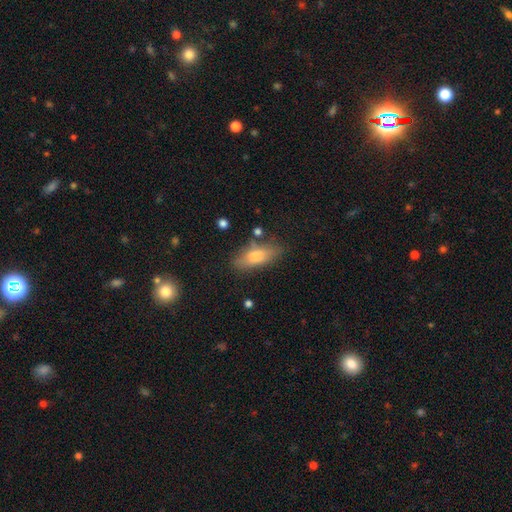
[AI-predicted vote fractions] smooth_or_featured: smooth (p=0.71) [alt: featured or disk p=0.21]
how_rounded: in between (p=0.71) [alt: cigar-shaped p=0.25]
merging: none (p=0.75) [alt: minor disturbance p=0.16]